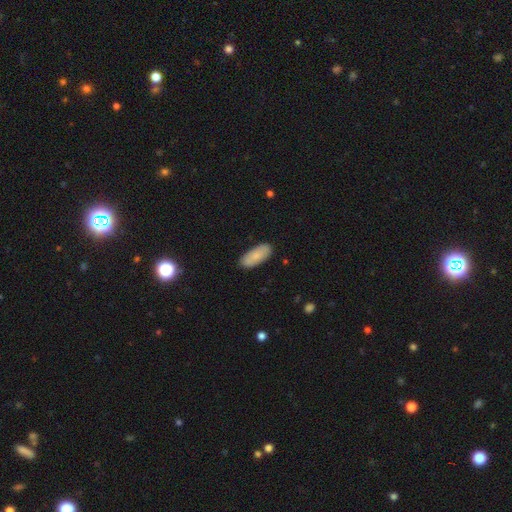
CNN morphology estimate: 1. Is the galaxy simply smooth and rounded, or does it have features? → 83% smooth, 11% featured or disk, 6% star or artifact.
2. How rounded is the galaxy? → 85% in between, 13% cigar-shaped, 2% round.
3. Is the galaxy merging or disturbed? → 87% none, 10% minor disturbance, 2% major disturbance, 1% merger.